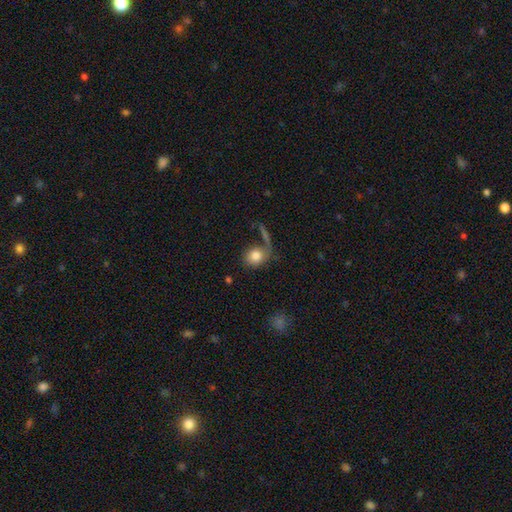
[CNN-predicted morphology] Smooth or featured?
  - smooth: 77% *
  - featured or disk: 15%
  - star or artifact: 8%
How rounded?
  - round: 62% *
  - in between: 36%
  - cigar-shaped: 2%
Merging?
  - none: 51% *
  - major disturbance: 19%
  - minor disturbance: 16%
  - merger: 14%